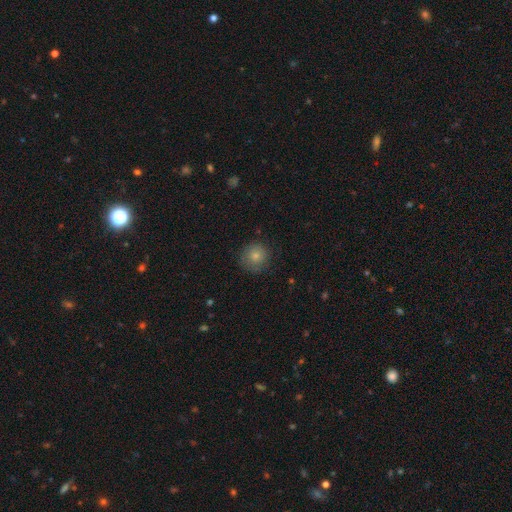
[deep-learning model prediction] This is clearly a smooth galaxy (80%). How rounded: clearly round (92%). Merging: clearly none (81%).